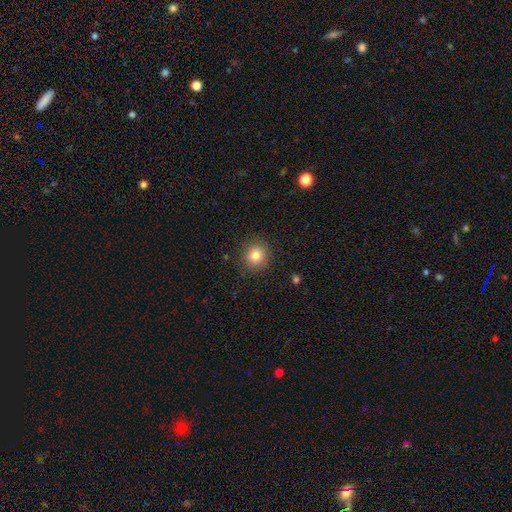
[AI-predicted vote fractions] smooth-or-featured: smooth: 81% | star or artifact: 11% | featured or disk: 8%
  how-rounded: round: 88% | in between: 11% | cigar-shaped: 1%
  merging: none: 89% | minor disturbance: 8% | major disturbance: 2% | merger: 1%